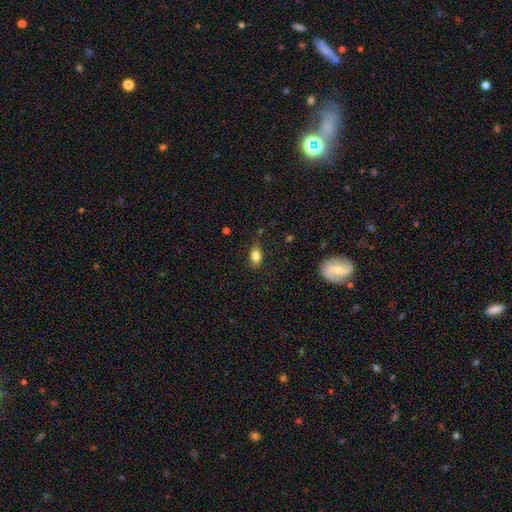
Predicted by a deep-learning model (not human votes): Smooth or featured: smooth — 82% (featured or disk — 9%)
How rounded: in between — 84% (round — 10%)
Merging: none — 78% (minor disturbance — 17%)